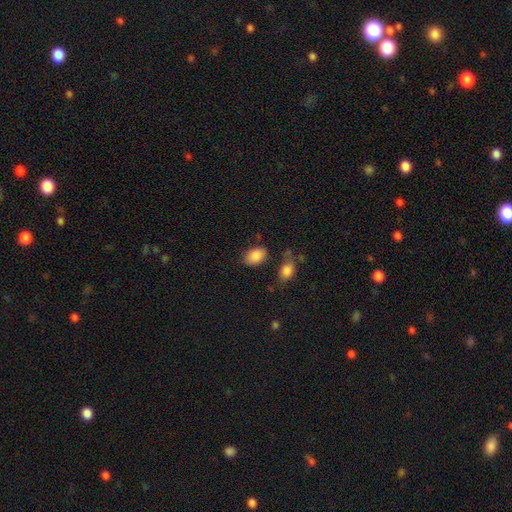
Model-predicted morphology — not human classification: Smooth or featured? smooth (87%)
How rounded? in between (83%)
Merging? none (73%)